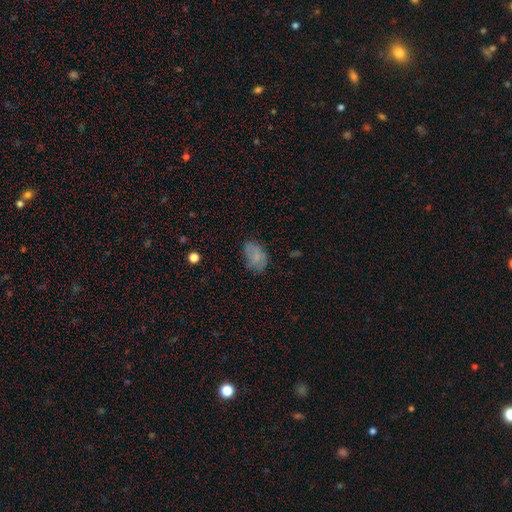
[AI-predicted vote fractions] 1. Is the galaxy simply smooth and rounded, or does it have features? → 72% smooth, 16% featured or disk, 11% star or artifact.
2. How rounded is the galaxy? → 89% in between, 10% round, 2% cigar-shaped.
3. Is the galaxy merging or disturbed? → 62% none, 26% minor disturbance, 10% major disturbance, 2% merger.